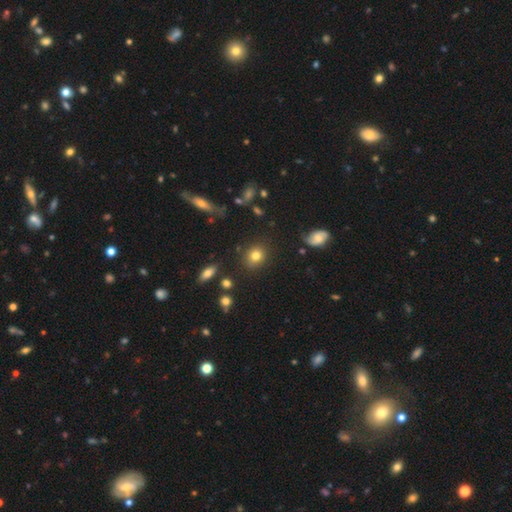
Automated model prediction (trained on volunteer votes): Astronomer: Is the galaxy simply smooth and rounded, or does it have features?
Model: smooth — 79%.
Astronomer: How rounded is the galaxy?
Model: round — 66%.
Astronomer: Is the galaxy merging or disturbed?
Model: none — 83%.